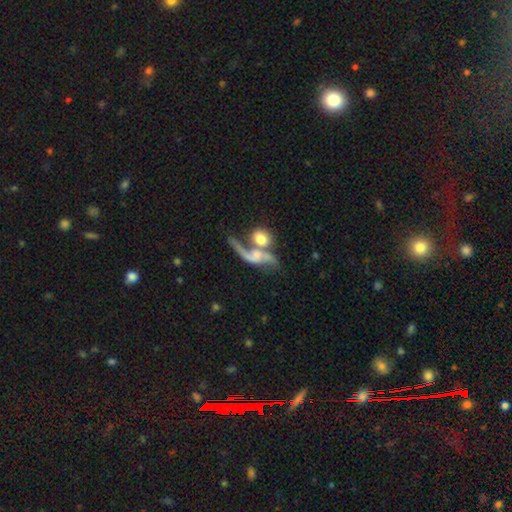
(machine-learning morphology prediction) Smooth or featured? Predicted: featured or disk (p=0.73). Edge-on disk? Predicted: no (p=0.93). Bar? Predicted: no (p=0.56). Spiral arms? Predicted: yes (p=0.85). Spiral winding? Predicted: loose (p=0.86). Spiral arm count? Predicted: 2 (p=0.73). Bulge size? Predicted: small (p=0.36). Merging? Predicted: merger (p=0.55).